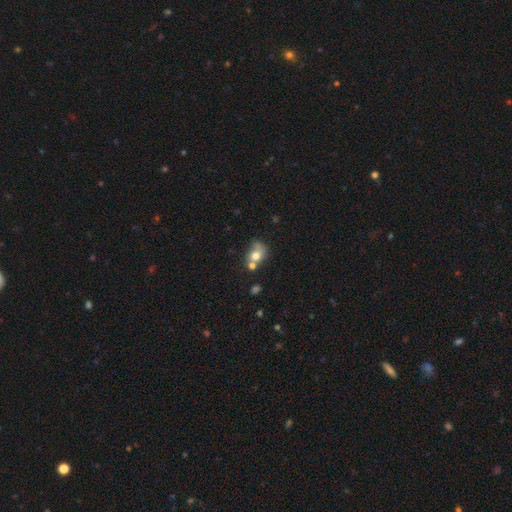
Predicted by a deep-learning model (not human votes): Smooth or featured?
  - smooth: 69% *
  - featured or disk: 20%
  - star or artifact: 11%
How rounded?
  - round: 51% *
  - in between: 48%
  - cigar-shaped: 1%
Merging?
  - merger: 42% *
  - none: 29%
  - minor disturbance: 17%
  - major disturbance: 12%